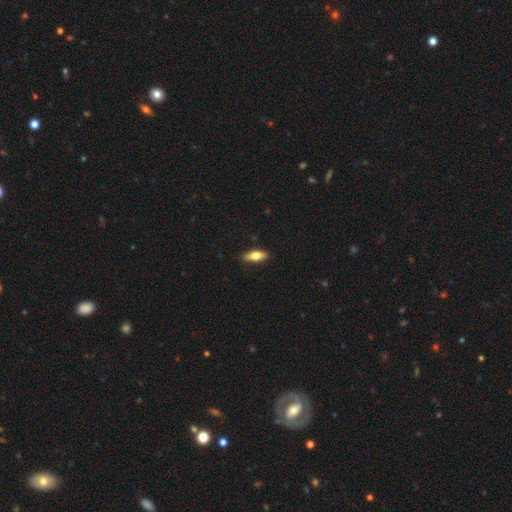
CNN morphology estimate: type=smooth (74%); roundness=in between (70%); merging=none (87%).